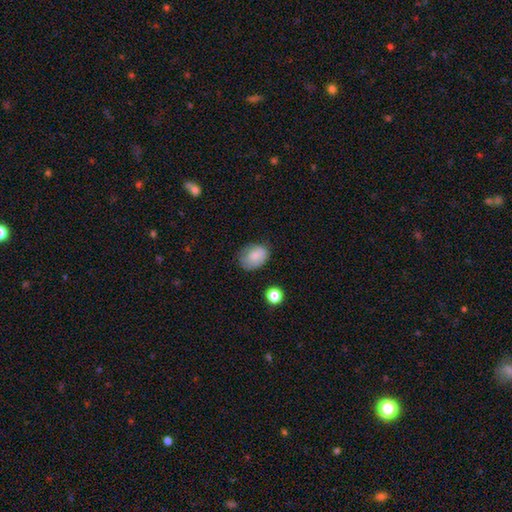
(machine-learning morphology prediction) smooth 79%, featured or disk 12%, star or artifact 9%. Down the decision tree: how rounded — in between (71%); merging — none (63%).